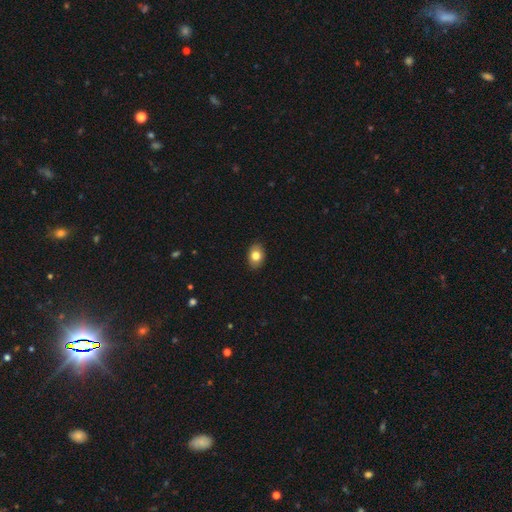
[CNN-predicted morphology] Overall: smooth (82%). How rounded: in between (73%). Merging: none (89%).